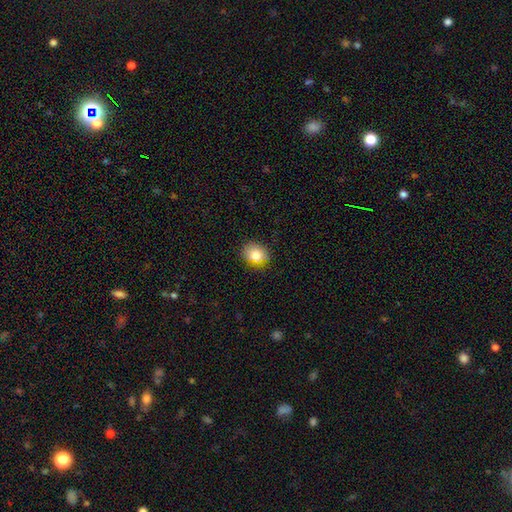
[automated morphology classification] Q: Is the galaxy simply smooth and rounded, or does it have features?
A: smooth — 81%.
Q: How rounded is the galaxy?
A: round — 58%.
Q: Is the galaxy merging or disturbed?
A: none — 80%.